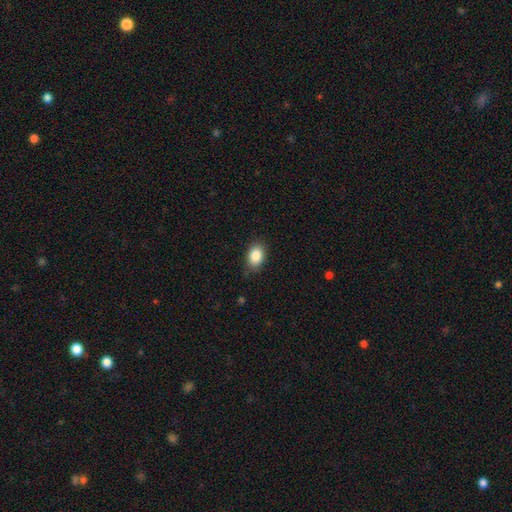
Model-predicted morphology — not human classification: smooth-or-featured: smooth: 87% | star or artifact: 8% | featured or disk: 5%
  how-rounded: in between: 83% | round: 16% | cigar-shaped: 1%
  merging: none: 83% | minor disturbance: 13% | major disturbance: 3% | merger: 1%